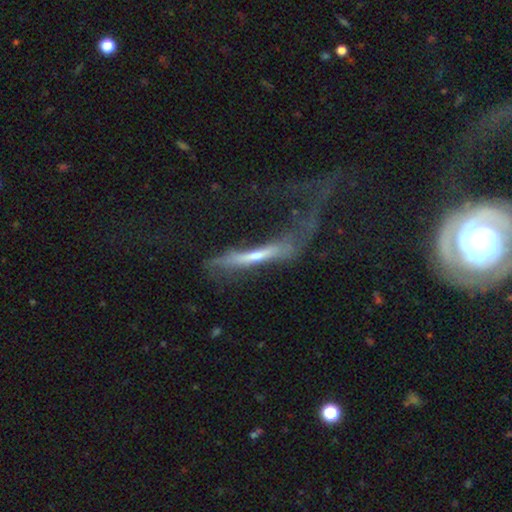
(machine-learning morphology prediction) This is possibly a featured or disk galaxy (56%). It is likely viewed edge-on (72%). Merging: possibly major disturbance (55%).